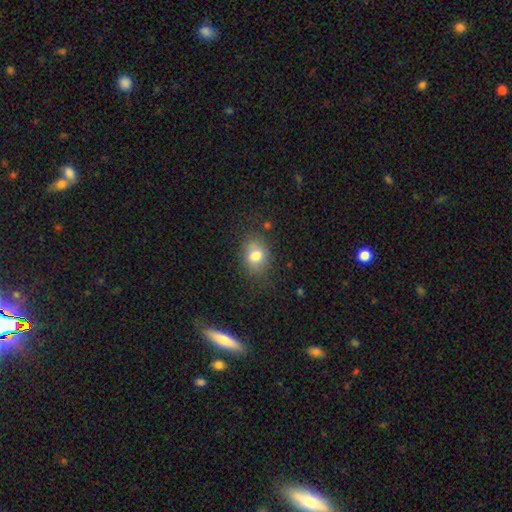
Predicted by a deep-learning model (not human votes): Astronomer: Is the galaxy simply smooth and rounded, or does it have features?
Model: smooth — 78%.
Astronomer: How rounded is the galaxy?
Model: in between — 55% (runner-up: round, 44%).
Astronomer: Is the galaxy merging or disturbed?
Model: none — 74%.